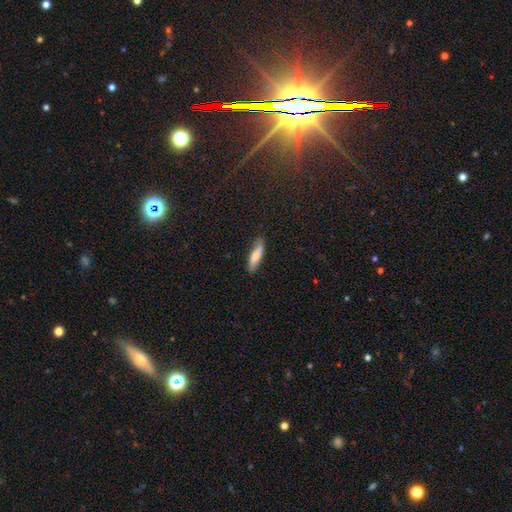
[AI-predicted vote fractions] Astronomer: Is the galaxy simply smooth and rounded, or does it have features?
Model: smooth — 75%.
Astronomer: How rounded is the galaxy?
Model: cigar-shaped — 71%.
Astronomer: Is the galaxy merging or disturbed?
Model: none — 83%.